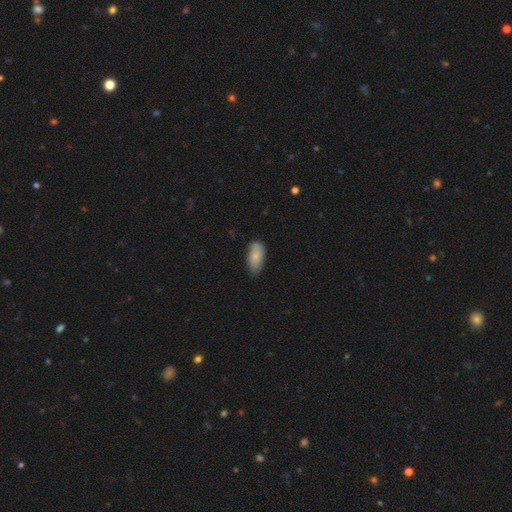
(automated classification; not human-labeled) Q: Smooth or featured?
A: smooth (83%); runner-up: featured or disk (10%)
Q: How rounded?
A: in between (90%); runner-up: cigar-shaped (7%)
Q: Merging?
A: none (64%); runner-up: minor disturbance (29%)